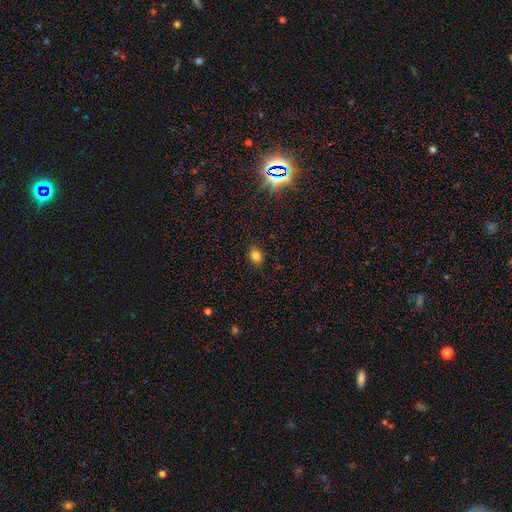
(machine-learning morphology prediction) A smooth galaxy with no disk features (82%) that is in between round and cigar-shaped (55%). Merging: none (88%).